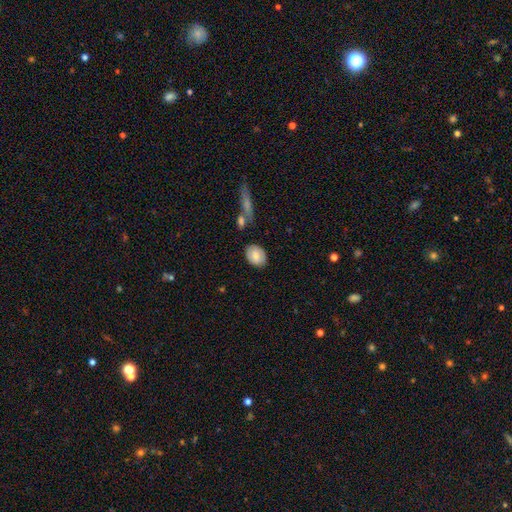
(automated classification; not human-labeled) smooth 82%, featured or disk 12%, star or artifact 7%. Down the decision tree: how rounded — in between (67%); merging — none (83%).